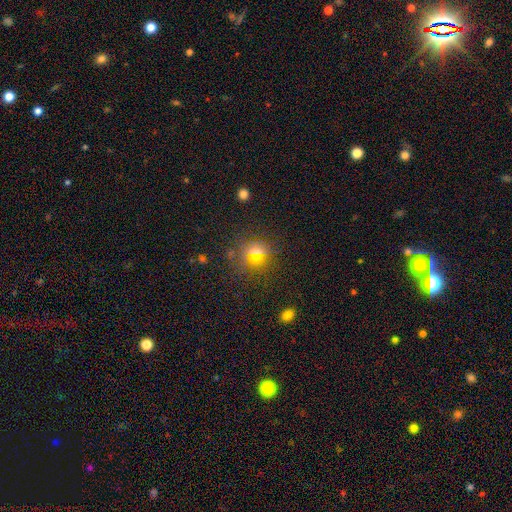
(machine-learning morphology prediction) Overall: smooth (58%; star or artifact 30%). How rounded: round (84%). Merging: none (79%).